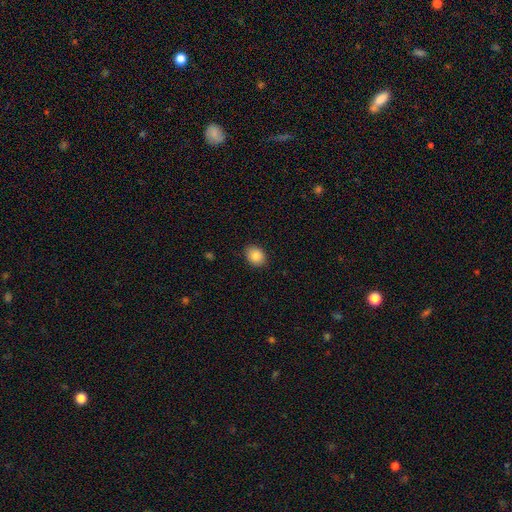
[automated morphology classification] Smooth or featured: smooth — 88% (star or artifact — 8%)
How rounded: in between — 54% (round — 45%)
Merging: none — 86% (minor disturbance — 10%)